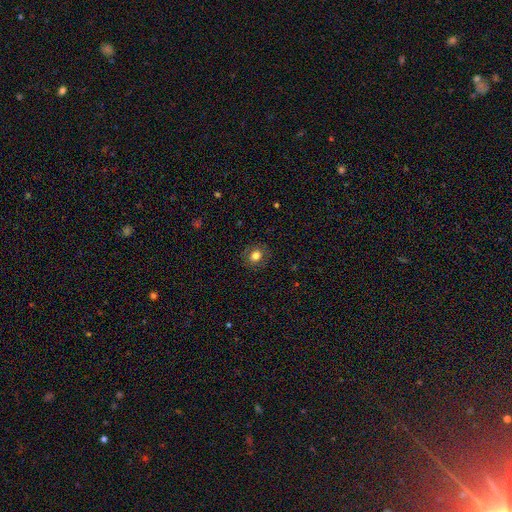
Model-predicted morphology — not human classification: type=smooth (77%); roundness=round (76%); merging=none (86%).